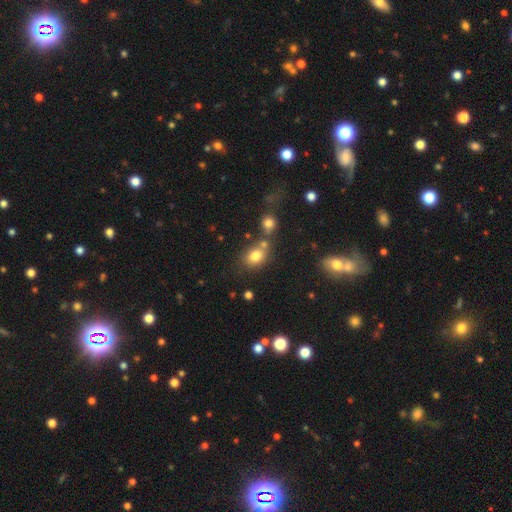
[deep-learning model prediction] Smooth or featured? smooth (77%)
How rounded? in between (50%)
Merging? none (53%)